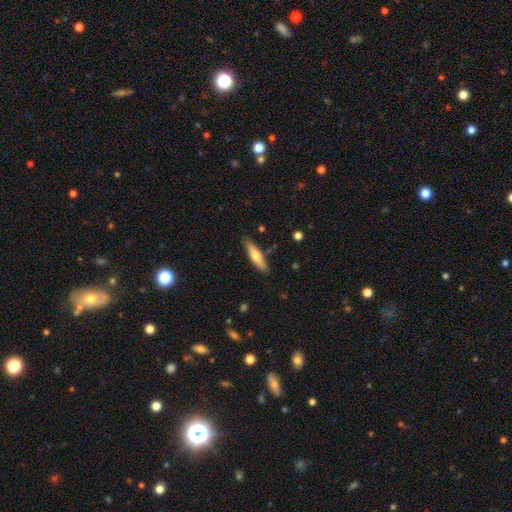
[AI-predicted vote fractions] This is likely a smooth galaxy (61%). How rounded: likely cigar-shaped (78%). Merging: clearly none (84%).